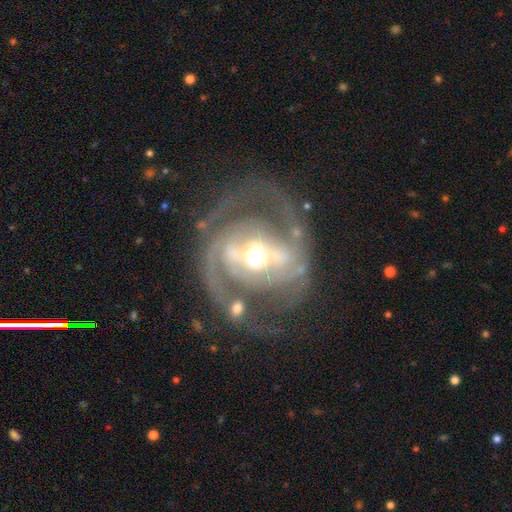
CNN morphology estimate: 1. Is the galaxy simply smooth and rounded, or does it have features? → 89% featured or disk, 6% smooth, 5% star or artifact.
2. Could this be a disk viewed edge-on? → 97% no, 3% yes.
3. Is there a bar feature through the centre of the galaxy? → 41% strong, 37% weak, 22% no.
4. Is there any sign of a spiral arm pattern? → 93% yes, 7% no.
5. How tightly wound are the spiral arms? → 48% medium, 36% tight, 16% loose.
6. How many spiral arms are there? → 75% 2, 9% can't tell, 8% 3, 4% 1, 3% 4, 3% more than 4.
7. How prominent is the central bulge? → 68% moderate, 17% small, 12% large, 1% dominant, 1% none.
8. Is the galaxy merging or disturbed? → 61% none, 17% minor disturbance, 17% major disturbance, 6% merger.